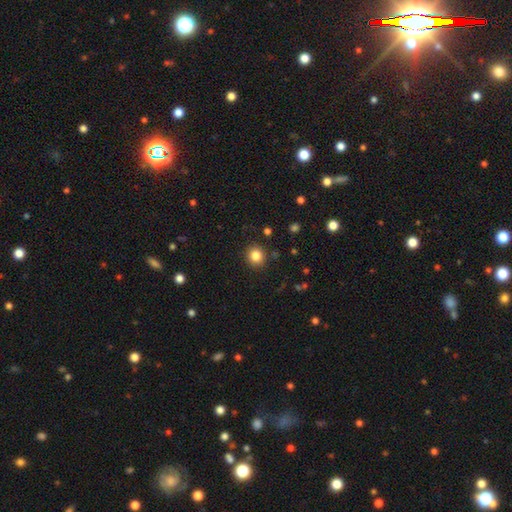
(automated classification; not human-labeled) Smooth or featured? Predicted: smooth (p=0.83). How rounded? Predicted: round (p=0.88). Merging? Predicted: none (p=0.90).